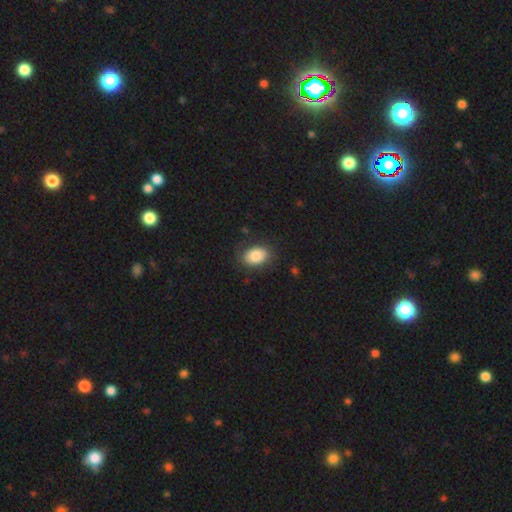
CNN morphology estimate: Smooth or featured? Predicted: smooth (p=0.83). How rounded? Predicted: in between (p=0.79). Merging? Predicted: none (p=0.80).